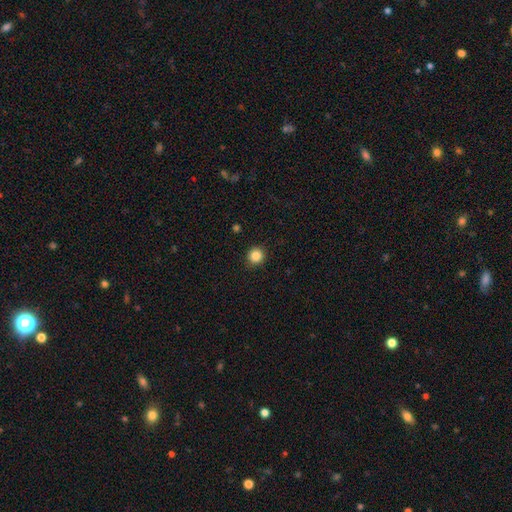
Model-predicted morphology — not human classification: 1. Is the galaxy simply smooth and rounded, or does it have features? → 86% smooth, 10% star or artifact, 4% featured or disk.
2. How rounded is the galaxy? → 93% round, 6% in between, 1% cigar-shaped.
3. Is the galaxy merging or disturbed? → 92% none, 5% minor disturbance, 2% major disturbance, 1% merger.